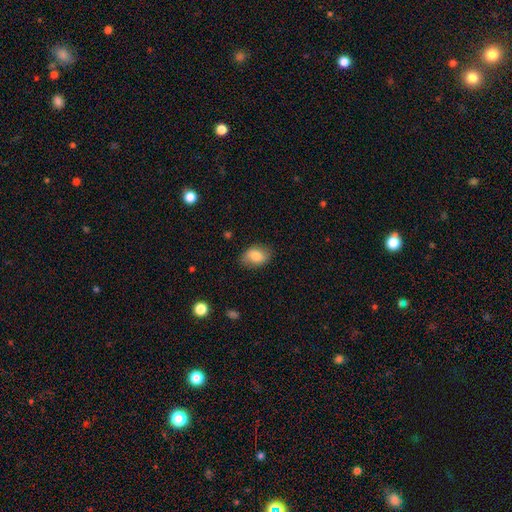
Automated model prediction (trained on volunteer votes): This appears to be a smooth galaxy with no disk features (80%) that is in between round and cigar-shaped (81%). Merging: none (79%).